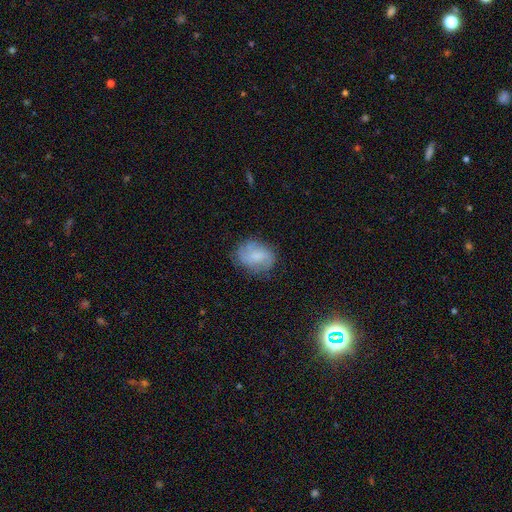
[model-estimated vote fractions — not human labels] smooth_or_featured: smooth (p=0.59) [alt: featured or disk p=0.32]
how_rounded: in between (p=0.59) [alt: round p=0.39]
merging: none (p=0.69) [alt: minor disturbance p=0.22]